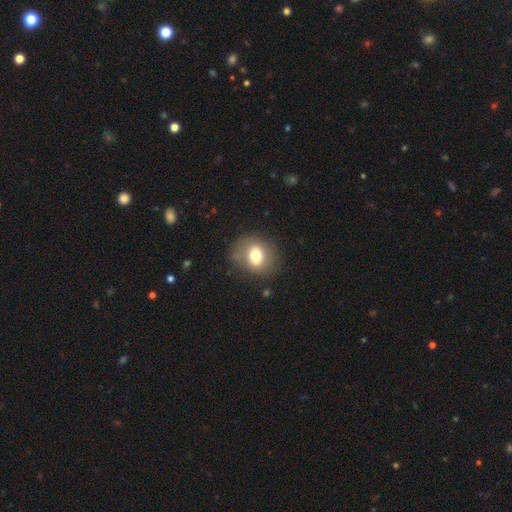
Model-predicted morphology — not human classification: Smooth or featured: smooth — 70% (featured or disk — 21%)
How rounded: round — 58% (in between — 41%)
Merging: none — 73% (minor disturbance — 17%)